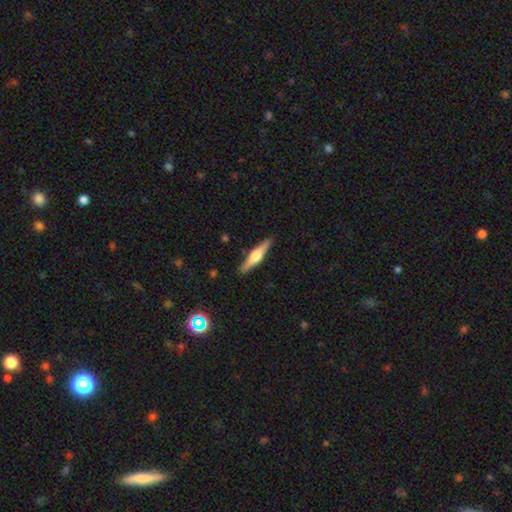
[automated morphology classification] Overall: featured or disk (59%; smooth 35%). Edge-on disk: yes (97%). Edge-on bulge: rounded (90%). Merging: none (89%).